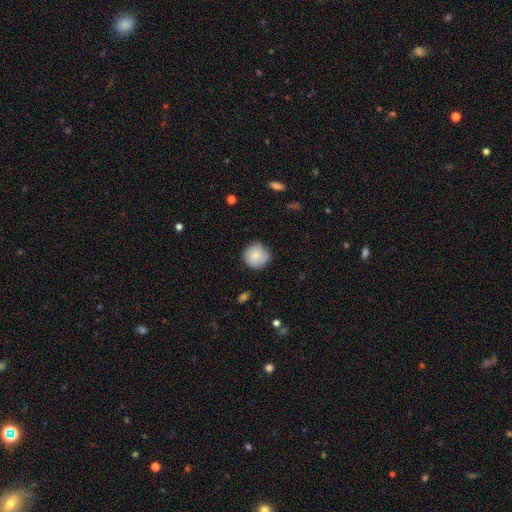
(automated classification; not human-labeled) smooth 78%, featured or disk 14%, star or artifact 7%. Down the decision tree: how rounded — round (92%); merging — none (70%).